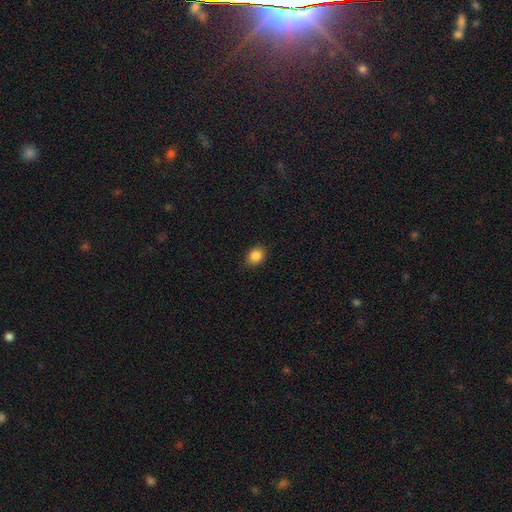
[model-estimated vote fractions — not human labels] A smooth galaxy with no disk features (87%) that is in between round and cigar-shaped (51%). Merging: none (86%).